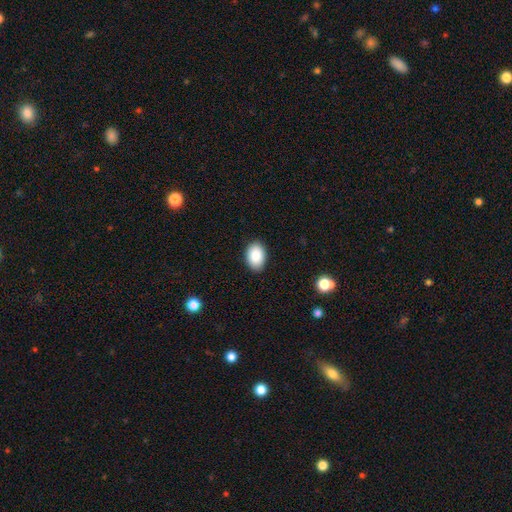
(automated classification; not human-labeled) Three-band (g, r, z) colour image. It shows a smooth galaxy with no disk features (88%) that is in between round and cigar-shaped (87%). Merging: none (89%).